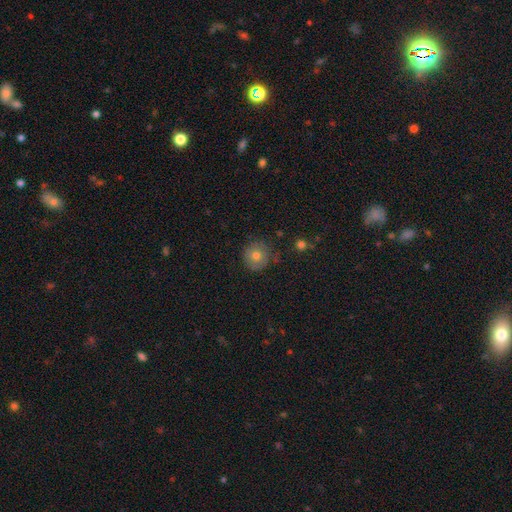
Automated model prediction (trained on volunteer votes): Q: Smooth or featured?
A: smooth (73%); runner-up: featured or disk (16%)
Q: How rounded?
A: round (93%); runner-up: in between (6%)
Q: Merging?
A: none (85%); runner-up: minor disturbance (11%)